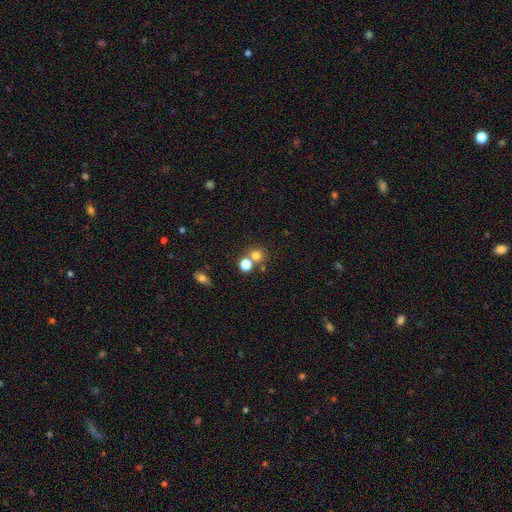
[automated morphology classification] This appears to be a smooth galaxy with no disk features (73%) that is round (87%). Merging: none (60%).